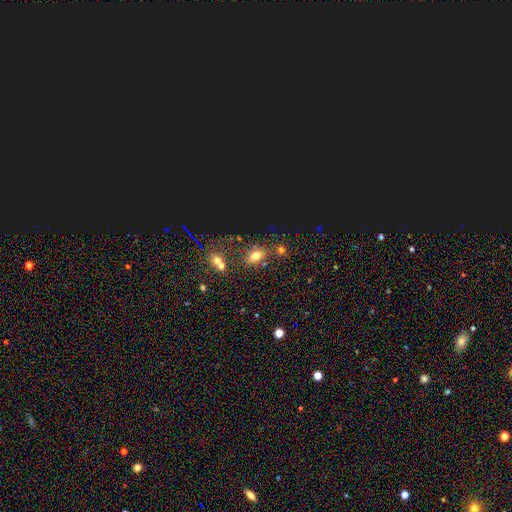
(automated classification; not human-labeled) Smooth or featured?
  - smooth: 63% *
  - star or artifact: 24%
  - featured or disk: 12%
How rounded?
  - in between: 75% *
  - round: 21%
  - cigar-shaped: 4%
Merging?
  - none: 65% *
  - merger: 15%
  - minor disturbance: 13%
  - major disturbance: 6%